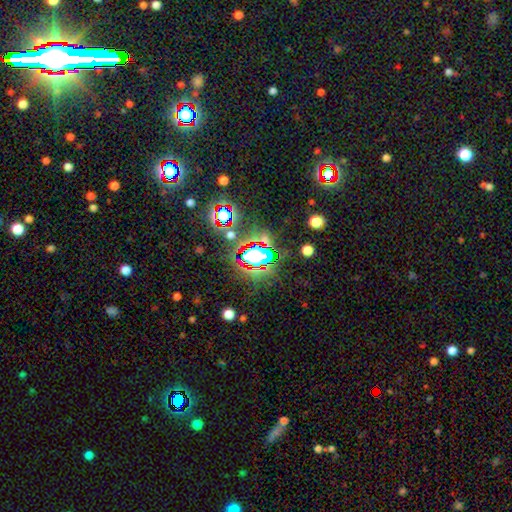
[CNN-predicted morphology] Overall: star or artifact (65%).